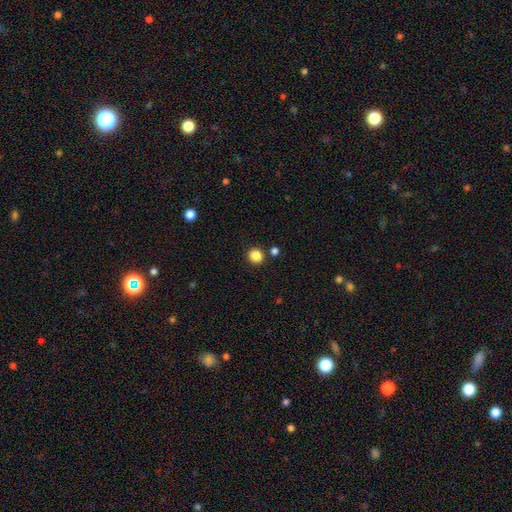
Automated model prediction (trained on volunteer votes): Q: Smooth or featured?
A: smooth (86%); runner-up: star or artifact (11%)
Q: How rounded?
A: round (93%); runner-up: in between (6%)
Q: Merging?
A: none (87%); runner-up: minor disturbance (6%)